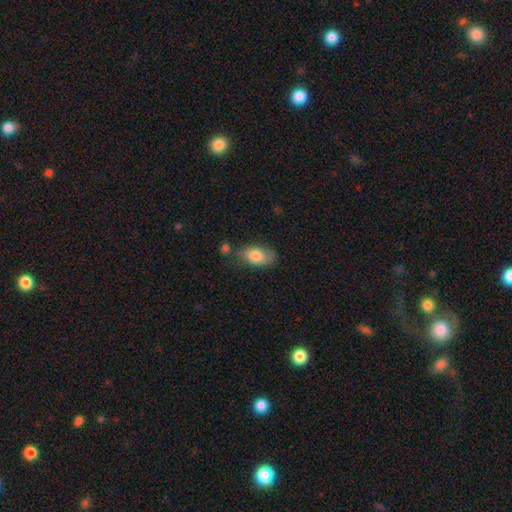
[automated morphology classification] The model was most divided on "merging": none: 61%, minor disturbance: 25%, major disturbance: 7%, merger: 7%. More confident: how rounded — in between (91%); smooth or featured — smooth (77%).